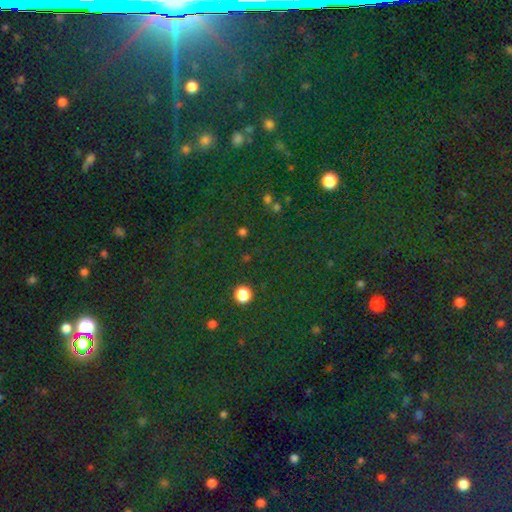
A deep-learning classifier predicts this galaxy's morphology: Q: Smooth or featured?
A: star or artifact (79%); runner-up: smooth (13%)